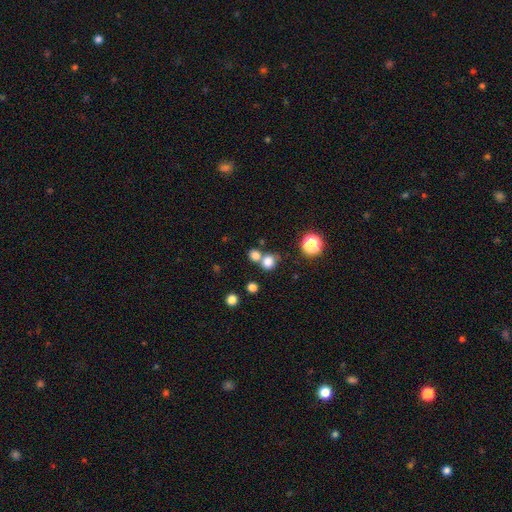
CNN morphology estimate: Smooth or featured? smooth (78%)
How rounded? round (81%)
Merging? none (51%)